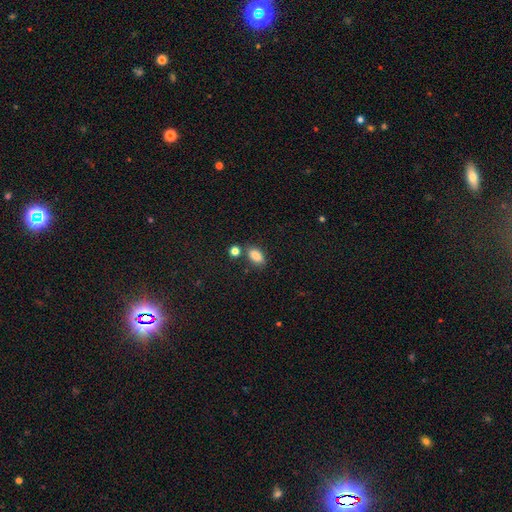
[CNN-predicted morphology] Smooth or featured? smooth (86%)
How rounded? in between (89%)
Merging? none (71%)